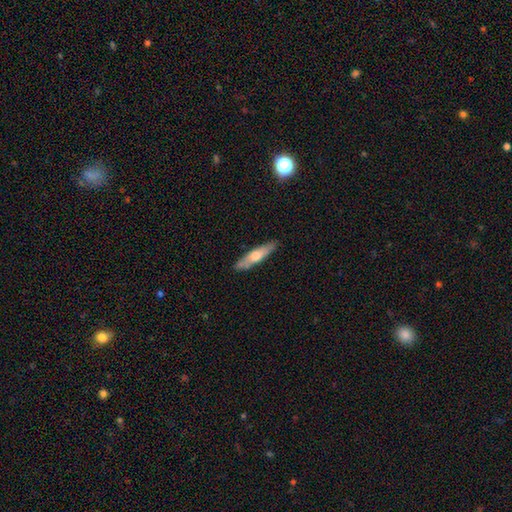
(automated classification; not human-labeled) smooth 54%, featured or disk 40%, star or artifact 5%. Down the decision tree: how rounded — cigar-shaped (78%); merging — none (84%).